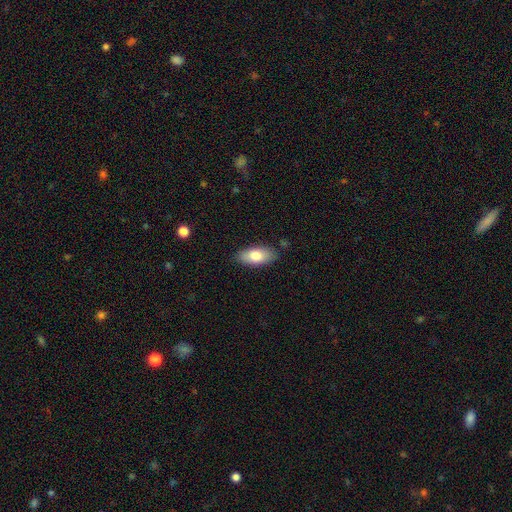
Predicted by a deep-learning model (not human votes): Smooth or featured? smooth (77%)
How rounded? in between (89%)
Merging? none (85%)